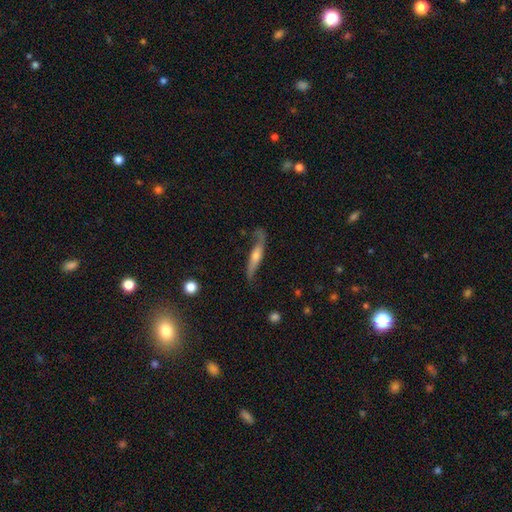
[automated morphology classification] type=featured or disk (73%); edge-on=yes (59%); merging=none (66%).